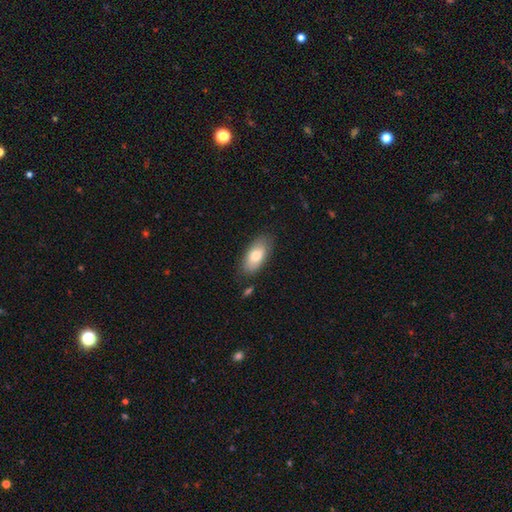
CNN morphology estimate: type=smooth (74%); roundness=in between (90%); merging=none (79%).